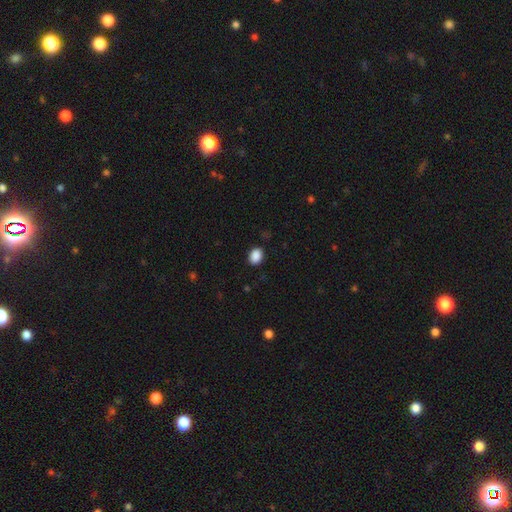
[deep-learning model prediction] Q: Smooth or featured?
A: smooth (89%); runner-up: star or artifact (8%)
Q: How rounded?
A: in between (68%); runner-up: round (31%)
Q: Merging?
A: none (88%); runner-up: minor disturbance (9%)